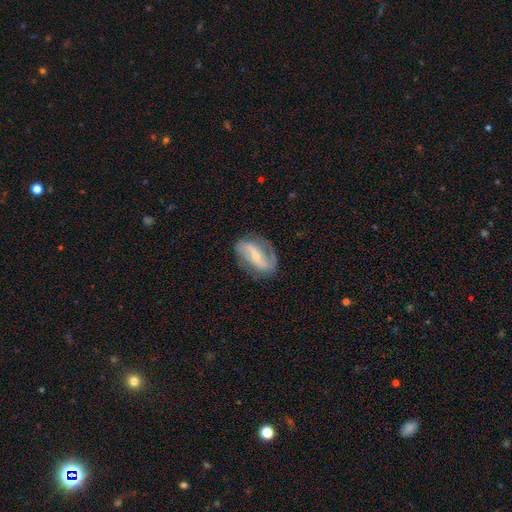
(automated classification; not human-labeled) A featured or disk galaxy (83%) with a strong bar (49%), 2 (87%) loose (42%) spiral arms (92%) and a small central bulge (64%).

Vote fractions:
- Smooth or featured? featured or disk: 83% / smooth: 12% / star or artifact: 5%
- Edge-on disk? no: 96% / yes: 4%
- Bar? strong: 49% / weak: 33% / no: 18%
- Spiral arms? yes: 92% / no: 8%
- Spiral winding? loose: 42% / medium: 39% / tight: 19%
- Spiral arm count? 2: 87% / can't tell: 5% / 1: 5% / 3: 1% / 4: 1% / more than 4: 1%
- Bulge size? small: 64% / moderate: 29% / none: 4% / large: 2% / dominant: 1%
- Merging? none: 75% / minor disturbance: 16% / major disturbance: 7% / merger: 1%